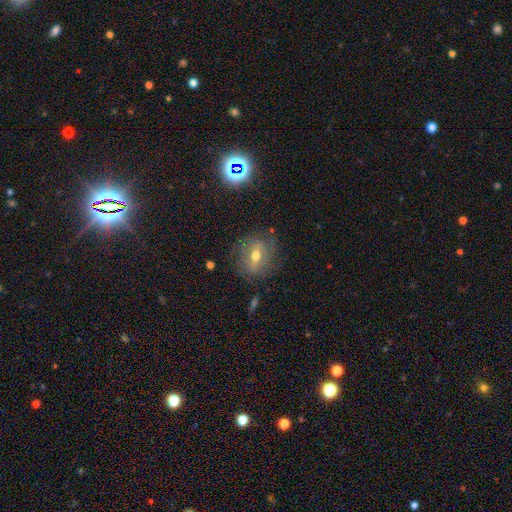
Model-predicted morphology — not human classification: type=featured or disk (54%); edge-on=no (86%); merging=none (76%).